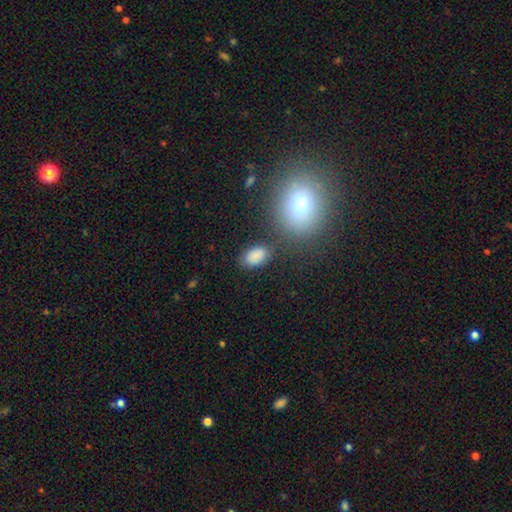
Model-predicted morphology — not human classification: Smooth or featured? smooth (85%)
How rounded? in between (91%)
Merging? none (72%)